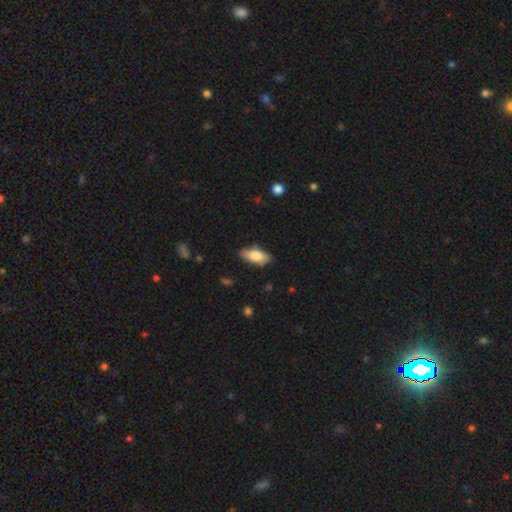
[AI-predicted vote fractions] A smooth galaxy with no disk features (81%) that is in between round and cigar-shaped (85%).

Vote fractions:
- Smooth or featured? smooth: 81% / featured or disk: 13% / star or artifact: 6%
- How rounded? in between: 85% / cigar-shaped: 13% / round: 2%
- Merging? none: 81% / minor disturbance: 15% / major disturbance: 3% / merger: 1%